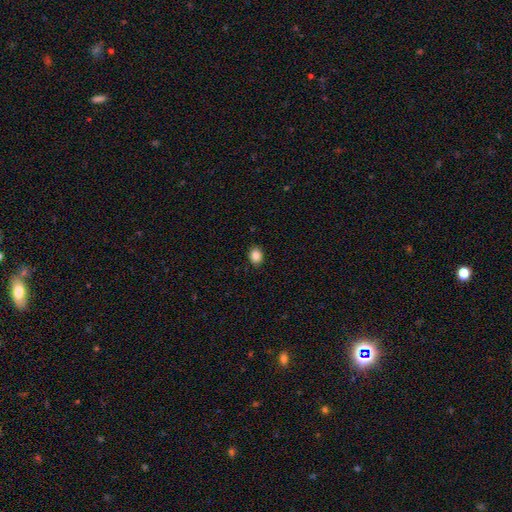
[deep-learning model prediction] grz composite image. It shows a smooth galaxy with no disk features (87%) that is in between round and cigar-shaped (59%). Merging: none (90%).